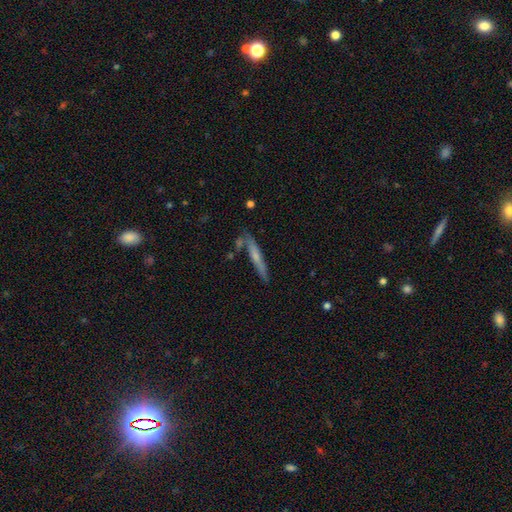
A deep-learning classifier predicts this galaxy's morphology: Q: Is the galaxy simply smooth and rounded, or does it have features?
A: smooth — 50%.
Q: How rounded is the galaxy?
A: cigar-shaped — 93%.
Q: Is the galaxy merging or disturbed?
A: none — 72%.